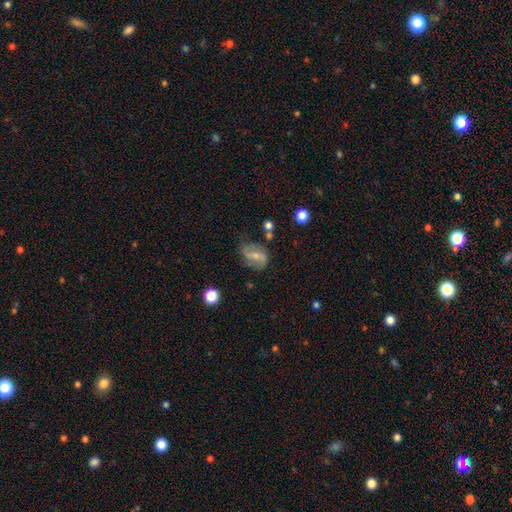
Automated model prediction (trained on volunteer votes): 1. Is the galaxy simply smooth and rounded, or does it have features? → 60% featured or disk, 31% smooth, 8% star or artifact.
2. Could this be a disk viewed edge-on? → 96% no, 4% yes.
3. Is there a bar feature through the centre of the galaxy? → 41% weak, 30% strong, 29% no.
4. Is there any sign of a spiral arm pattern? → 81% yes, 19% no.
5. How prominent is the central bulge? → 55% small, 36% moderate, 6% none, 2% large, 1% dominant.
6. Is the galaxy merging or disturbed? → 59% none, 25% minor disturbance, 12% major disturbance, 4% merger.